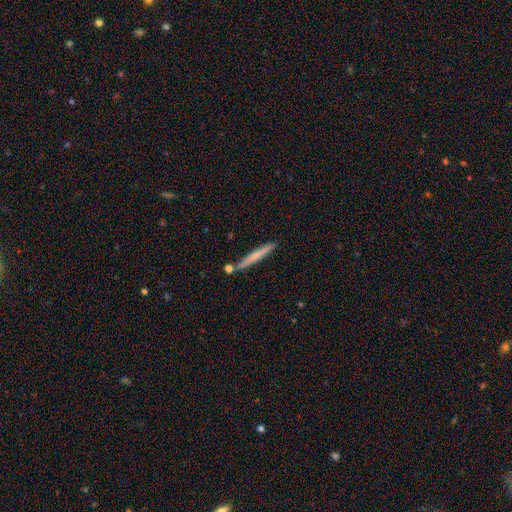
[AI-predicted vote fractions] Smooth or featured? Predicted: smooth (p=0.56). How rounded? Predicted: cigar-shaped (p=0.96). Merging? Predicted: none (p=0.82).